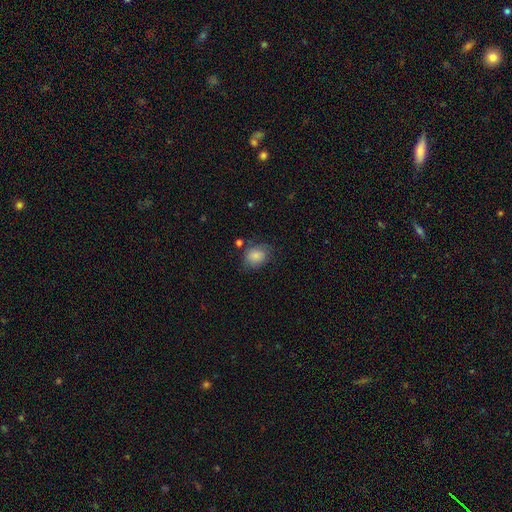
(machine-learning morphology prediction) Smooth or featured?
  - smooth: 84% *
  - star or artifact: 8%
  - featured or disk: 8%
How rounded?
  - in between: 52% *
  - round: 47%
  - cigar-shaped: 1%
Merging?
  - none: 66% *
  - minor disturbance: 23%
  - major disturbance: 7%
  - merger: 5%